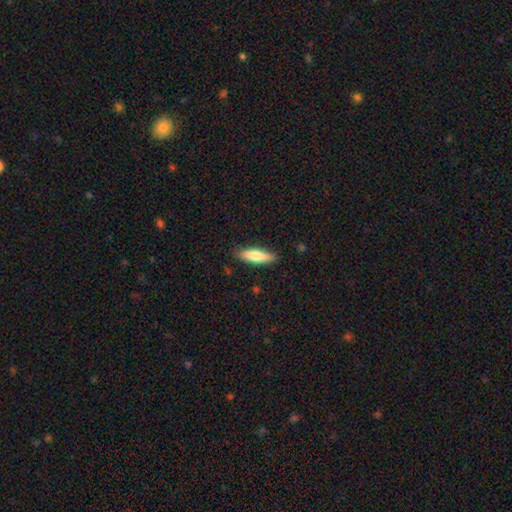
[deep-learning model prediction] The model was most divided on "how rounded": cigar-shaped: 64%, in between: 35%, round: 2%. More confident: merging — none (88%); smooth or featured — smooth (77%).